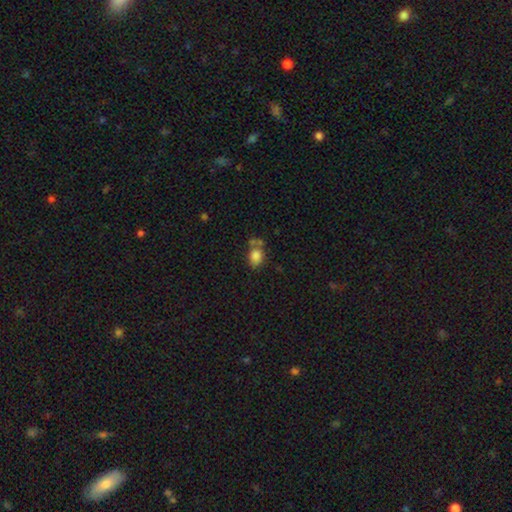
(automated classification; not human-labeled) Smooth or featured?
  - smooth: 81% *
  - star or artifact: 11%
  - featured or disk: 8%
How rounded?
  - in between: 57% *
  - round: 41%
  - cigar-shaped: 1%
Merging?
  - none: 47% *
  - merger: 26%
  - minor disturbance: 18%
  - major disturbance: 9%